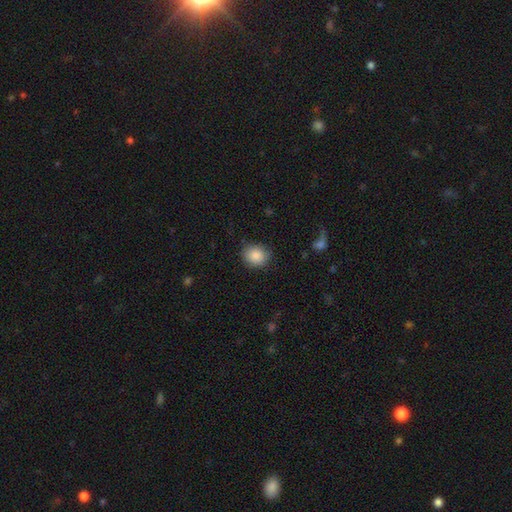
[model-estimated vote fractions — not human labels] Smooth or featured: smooth — 87% (star or artifact — 8%)
How rounded: round — 75% (in between — 24%)
Merging: none — 84% (minor disturbance — 12%)